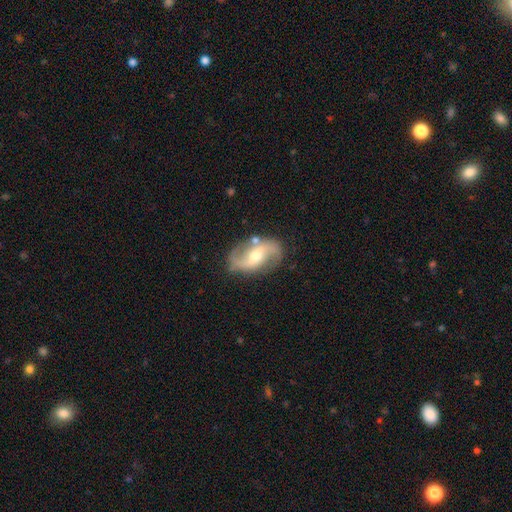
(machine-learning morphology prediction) Q: Smooth or featured?
A: featured or disk (86%); runner-up: smooth (9%)
Q: Edge-on disk?
A: no (97%); runner-up: yes (3%)
Q: Bar?
A: weak (44%); runner-up: no (32%)
Q: Spiral arms?
A: yes (95%); runner-up: no (5%)
Q: Spiral winding?
A: loose (52%); runner-up: medium (38%)
Q: Spiral arm count?
A: 2 (92%); runner-up: can't tell (3%)
Q: Bulge size?
A: moderate (63%); runner-up: small (29%)
Q: Merging?
A: none (79%); runner-up: minor disturbance (13%)